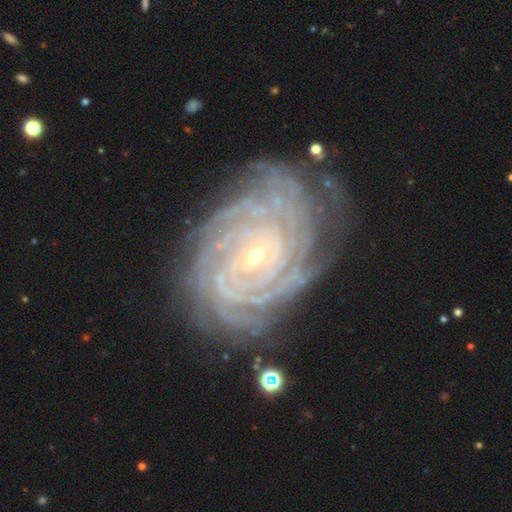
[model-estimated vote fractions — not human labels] smooth-or-featured: featured or disk: 91% | star or artifact: 5% | smooth: 4%
  disk-edge-on: no: 97% | yes: 3%
    bar: no: 50% | weak: 33% | strong: 17%
    has-spiral-arms: yes: 98% | no: 2%
      spiral-winding: tight: 87% | medium: 11% | loose: 2%
      spiral-arm-count: more than 4: 30% | 4: 22% | can't tell: 19% | 3: 12% | 2: 10% | 1: 8%
    bulge-size: small: 78% | moderate: 19% | large: 1% | none: 1% | dominant: 1%
  merging: none: 76% | minor disturbance: 17% | major disturbance: 5% | merger: 2%